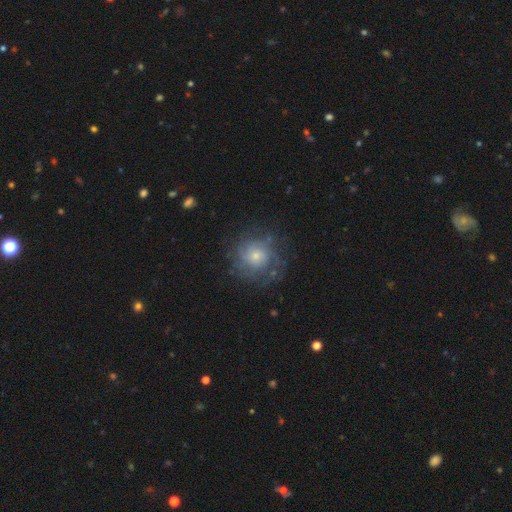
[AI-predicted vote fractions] smooth_or_featured: featured or disk (p=0.61) [alt: smooth p=0.27]
disk_edge_on: no (p=0.97) [alt: yes p=0.03]
bar: no (p=0.81) [alt: weak p=0.16]
has_spiral_arms: yes (p=0.83) [alt: no p=0.17]
bulge_size: small (p=0.53) [alt: moderate p=0.39]
merging: none (p=0.74) [alt: minor disturbance p=0.15]